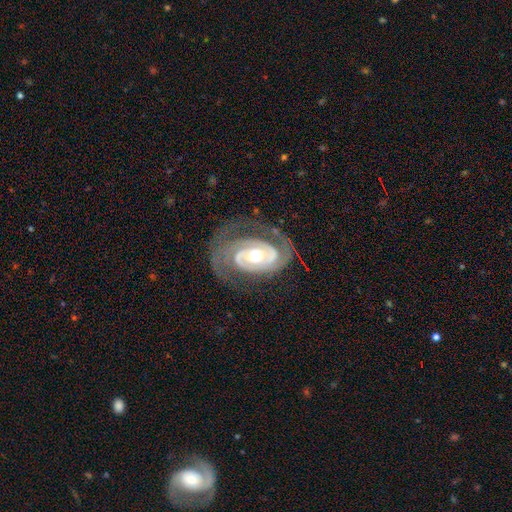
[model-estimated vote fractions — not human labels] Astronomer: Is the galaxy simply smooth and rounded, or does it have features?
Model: featured or disk — 91%.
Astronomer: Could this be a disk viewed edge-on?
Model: no — 97%.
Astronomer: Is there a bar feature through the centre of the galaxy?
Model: no — 60%.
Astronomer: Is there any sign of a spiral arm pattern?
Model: yes — 97%.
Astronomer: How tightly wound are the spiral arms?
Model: tight — 58% (runner-up: medium, 34%).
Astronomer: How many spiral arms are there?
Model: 2 — 73%.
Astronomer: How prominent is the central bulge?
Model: moderate — 72%.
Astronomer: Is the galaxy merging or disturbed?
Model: none — 67%.